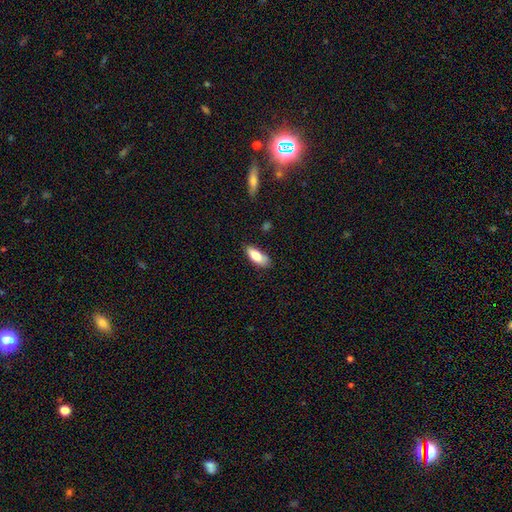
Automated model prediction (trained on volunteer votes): smooth 79%, featured or disk 14%, star or artifact 7%. Down the decision tree: how rounded — in between (80%); merging — none (70%).